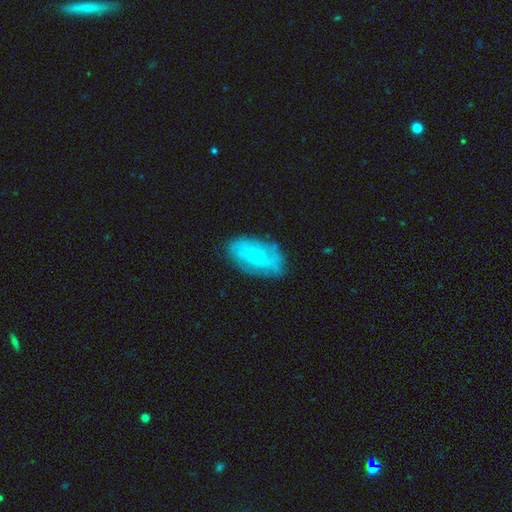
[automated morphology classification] Smooth or featured? featured or disk (58%)
Edge-on disk? no (95%)
Bar? no (65%)
Spiral arms? yes (78%)
Bulge size? small (79%)
Merging? none (71%)